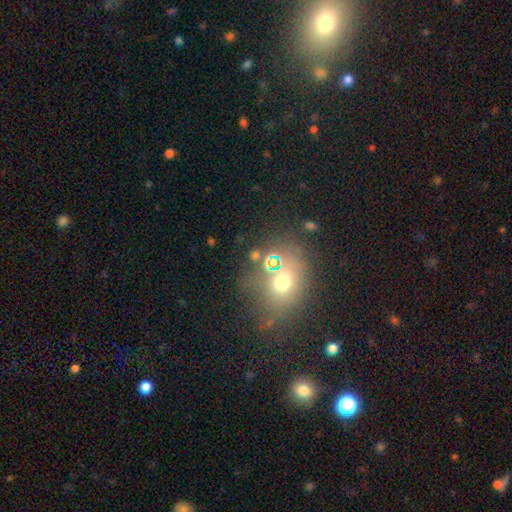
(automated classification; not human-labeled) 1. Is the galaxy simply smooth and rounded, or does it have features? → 50% smooth, 36% star or artifact, 14% featured or disk.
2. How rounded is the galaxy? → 64% round, 34% in between, 2% cigar-shaped.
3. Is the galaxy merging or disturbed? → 64% none, 15% merger, 12% minor disturbance, 8% major disturbance.